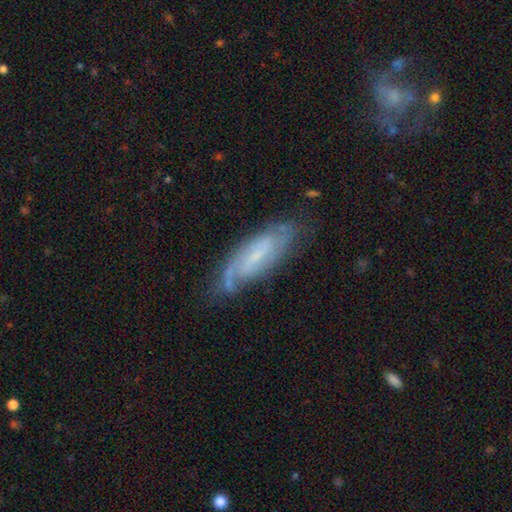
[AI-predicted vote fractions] Q: Smooth or featured?
A: featured or disk (75%); runner-up: smooth (18%)
Q: Edge-on disk?
A: no (86%); runner-up: yes (14%)
Q: Bar?
A: weak (46%); runner-up: no (37%)
Q: Spiral arms?
A: yes (92%); runner-up: no (8%)
Q: Spiral winding?
A: tight (43%); runner-up: medium (41%)
Q: Spiral arm count?
A: 2 (53%); runner-up: can't tell (28%)
Q: Bulge size?
A: small (68%); runner-up: moderate (17%)
Q: Merging?
A: none (69%); runner-up: minor disturbance (21%)